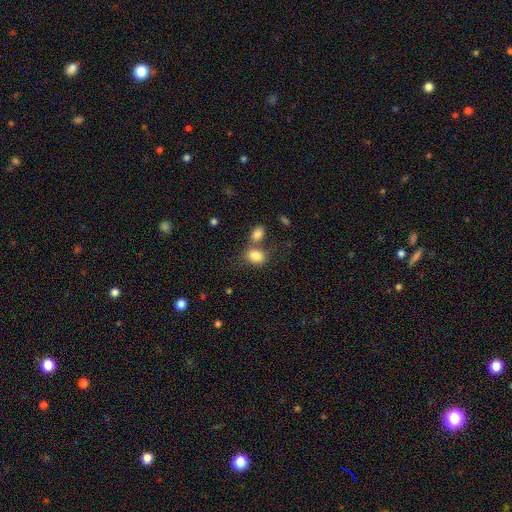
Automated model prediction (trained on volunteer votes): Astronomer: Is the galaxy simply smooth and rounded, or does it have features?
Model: smooth — 83%.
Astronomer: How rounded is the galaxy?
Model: in between — 63%.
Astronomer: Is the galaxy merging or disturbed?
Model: none — 48% (runner-up: merger, 35%).